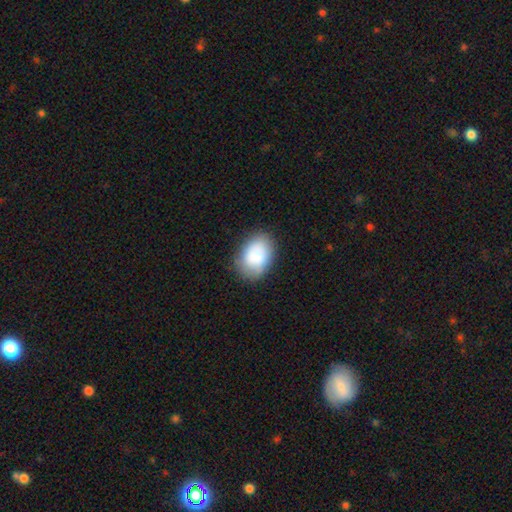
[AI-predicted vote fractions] Smooth or featured?
  - smooth: 82% *
  - featured or disk: 11%
  - star or artifact: 7%
How rounded?
  - in between: 80% *
  - round: 18%
  - cigar-shaped: 1%
Merging?
  - none: 75% *
  - minor disturbance: 18%
  - major disturbance: 5%
  - merger: 3%